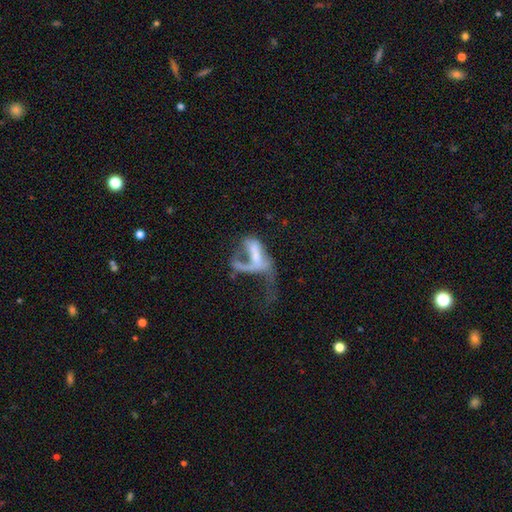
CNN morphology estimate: type=featured or disk (59%); edge-on=no (93%); bar=no (60%); spiral arms=no (65%); bulge=none (43%); merging=major disturbance (55%).